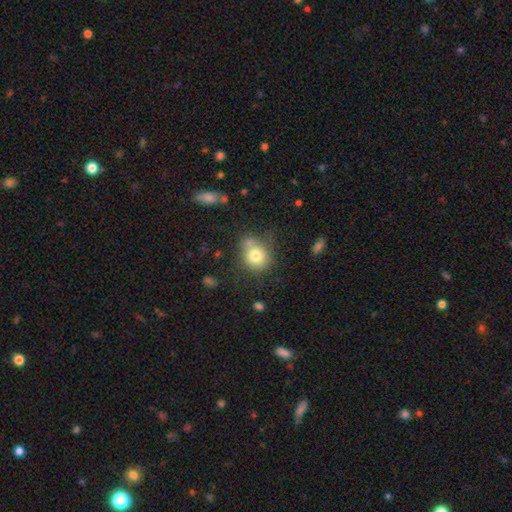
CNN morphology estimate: smooth_or_featured: smooth (p=0.76) [alt: featured or disk p=0.14]
how_rounded: round (p=0.75) [alt: in between p=0.25]
merging: none (p=0.58) [alt: minor disturbance p=0.20]